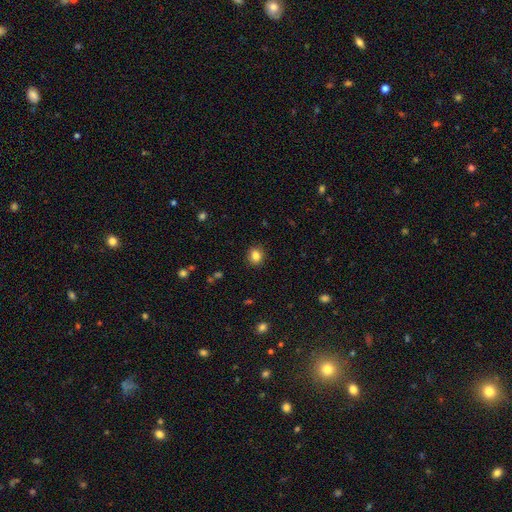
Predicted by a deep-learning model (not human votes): smooth 83%, star or artifact 10%, featured or disk 6%. Down the decision tree: how rounded — round (70%); merging — none (90%).